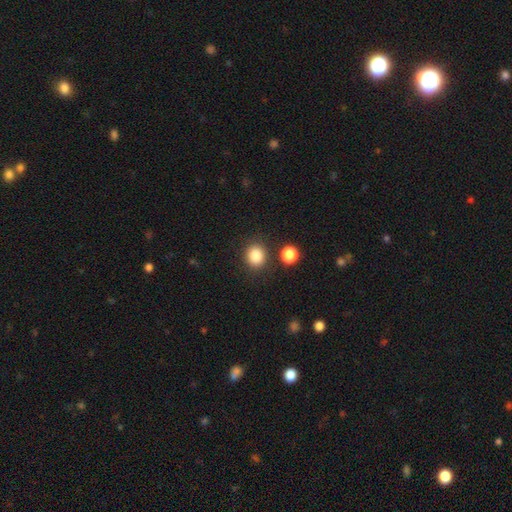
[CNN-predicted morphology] type=smooth (86%); roundness=round (74%); merging=none (83%).